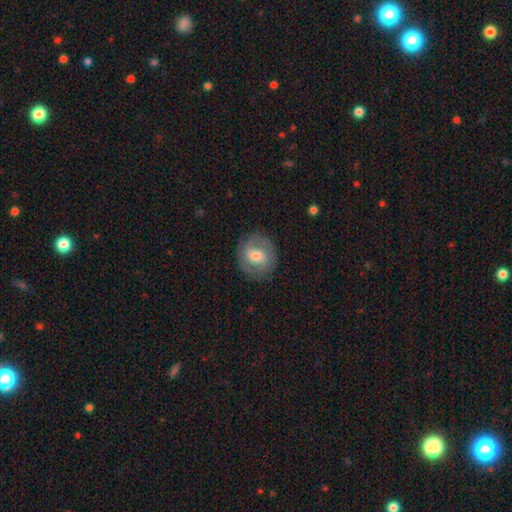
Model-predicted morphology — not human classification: Q: Smooth or featured?
A: smooth (48%); runner-up: featured or disk (45%)
Q: Merging?
A: none (85%); runner-up: minor disturbance (10%)